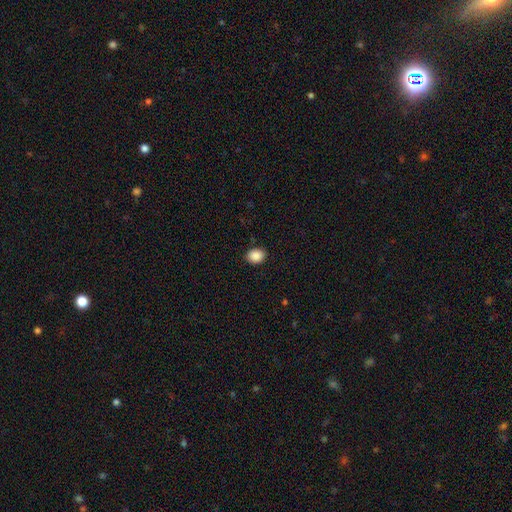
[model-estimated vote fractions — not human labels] This appears to be a smooth galaxy with no disk features (89%) that is in between round and cigar-shaped (52%). Merging: none (88%).